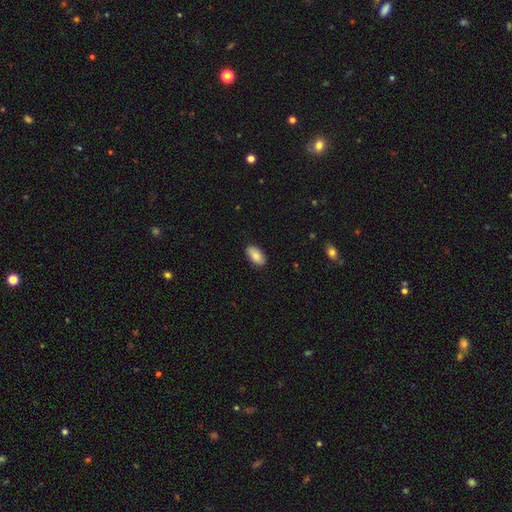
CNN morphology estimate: This appears to be a smooth galaxy with no disk features (86%) that is in between round and cigar-shaped (93%). Merging: none (88%).